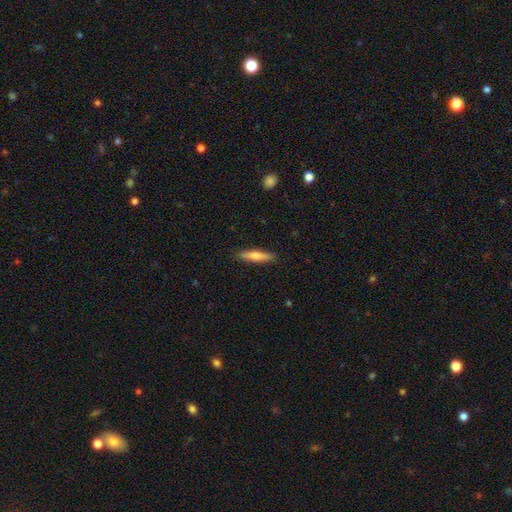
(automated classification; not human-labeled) The model was most divided on "smooth or featured": smooth: 60%, featured or disk: 34%, star or artifact: 6%. More confident: merging — none (90%); how rounded — cigar-shaped (87%).